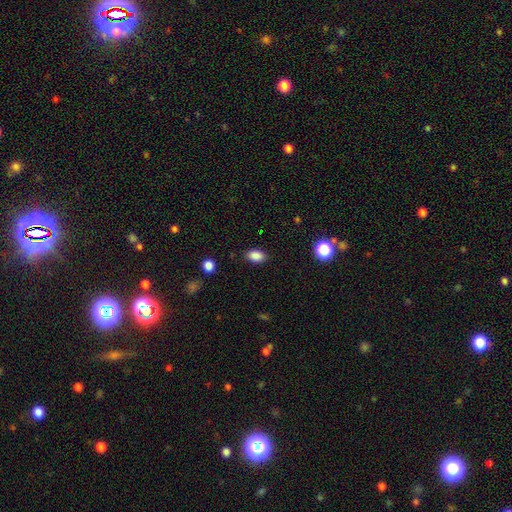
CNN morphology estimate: A smooth galaxy with no disk features (87%) that is in between round and cigar-shaped (88%). Merging: none (86%).